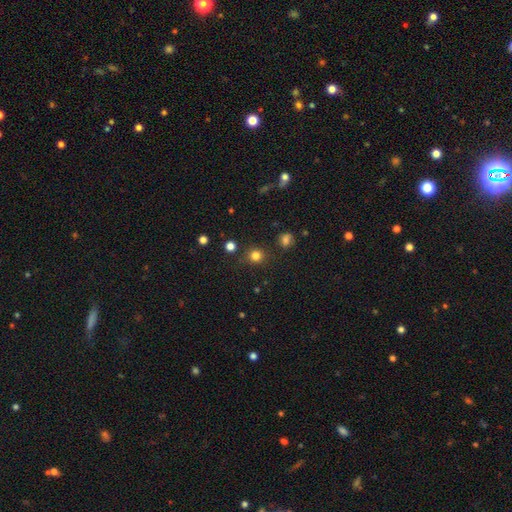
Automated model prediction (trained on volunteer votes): This appears to be a smooth galaxy with no disk features (79%) that is round (90%). Merging: none (85%).